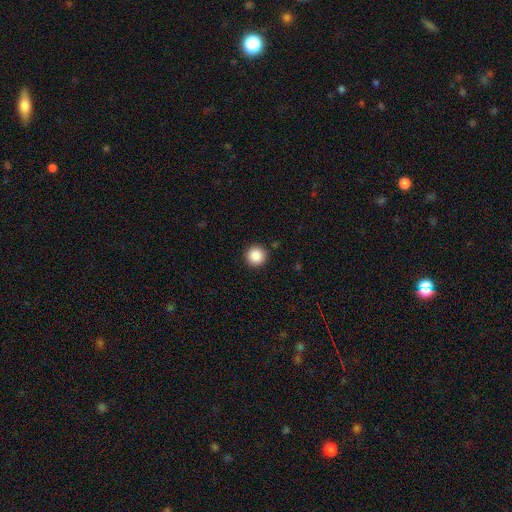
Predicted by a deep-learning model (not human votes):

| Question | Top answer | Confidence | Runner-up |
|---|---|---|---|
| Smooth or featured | smooth | 88% | star or artifact (9%) |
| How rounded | round | 96% | in between (3%) |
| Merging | none | 92% | minor disturbance (5%) |